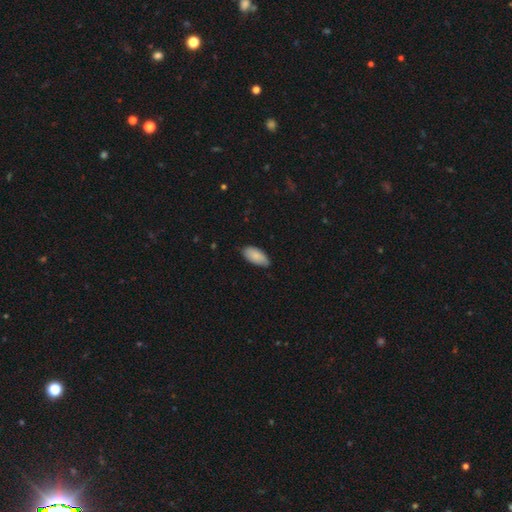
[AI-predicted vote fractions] Q: Smooth or featured?
A: smooth (86%); runner-up: featured or disk (8%)
Q: How rounded?
A: in between (93%); runner-up: cigar-shaped (6%)
Q: Merging?
A: none (77%); runner-up: minor disturbance (20%)